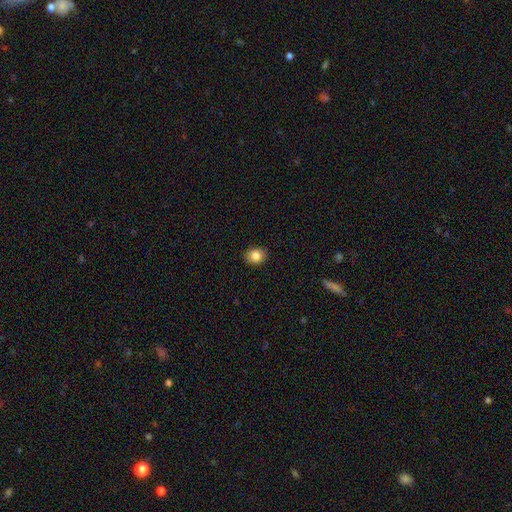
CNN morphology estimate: A smooth galaxy with no disk features (84%) that is round (69%).

Vote fractions:
- Smooth or featured? smooth: 84% / star or artifact: 10% / featured or disk: 6%
- How rounded? round: 69% / in between: 30% / cigar-shaped: 1%
- Merging? none: 90% / minor disturbance: 7% / major disturbance: 2% / merger: 1%